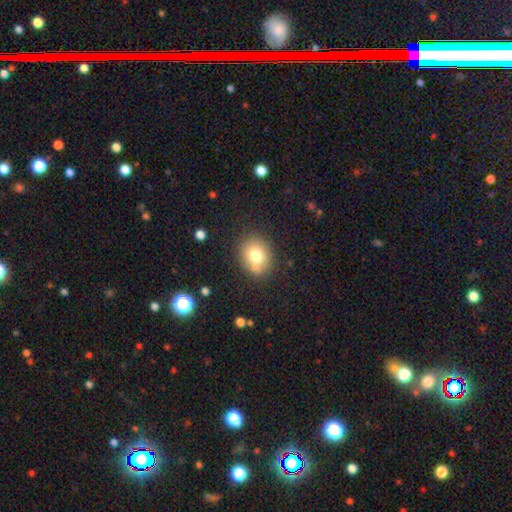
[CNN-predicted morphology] Smooth or featured: smooth — 74% (featured or disk — 14%)
How rounded: round — 66% (in between — 33%)
Merging: none — 71% (minor disturbance — 13%)